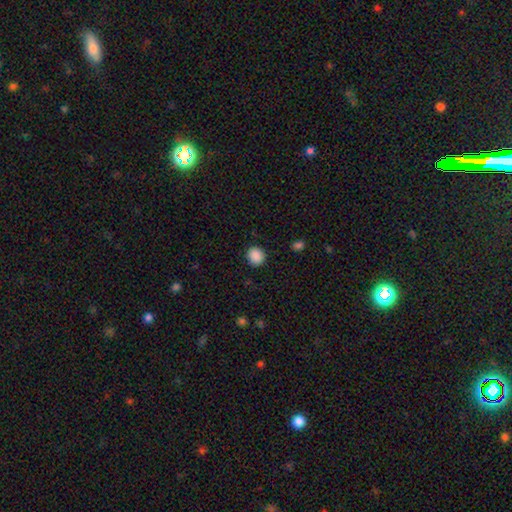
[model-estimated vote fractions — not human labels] A smooth galaxy with no disk features (89%) that is round (80%). Merging: none (89%).